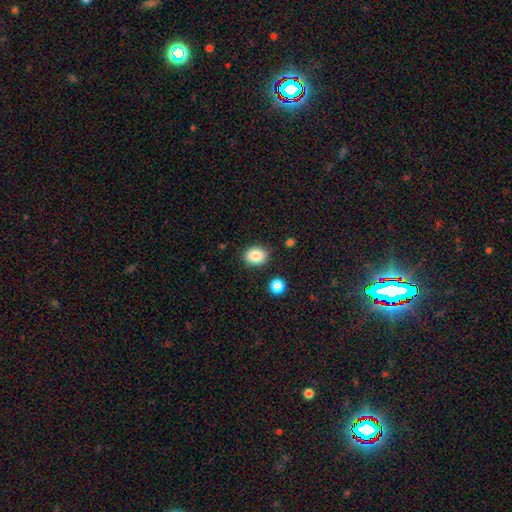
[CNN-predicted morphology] Q: Smooth or featured?
A: smooth (86%); runner-up: star or artifact (9%)
Q: How rounded?
A: in between (55%); runner-up: round (44%)
Q: Merging?
A: none (87%); runner-up: minor disturbance (9%)